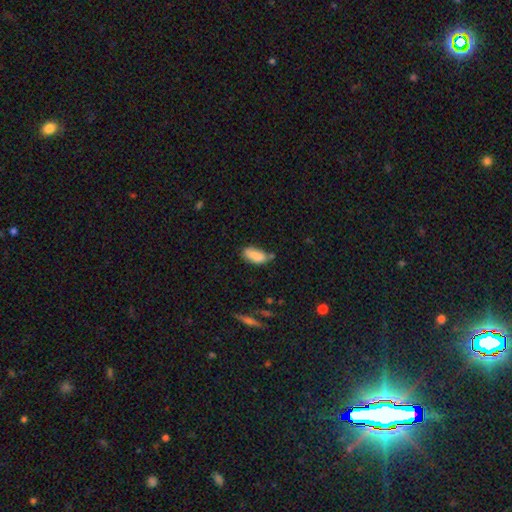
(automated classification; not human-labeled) Smooth or featured? Predicted: smooth (p=0.84). How rounded? Predicted: in between (p=0.86). Merging? Predicted: none (p=0.55).